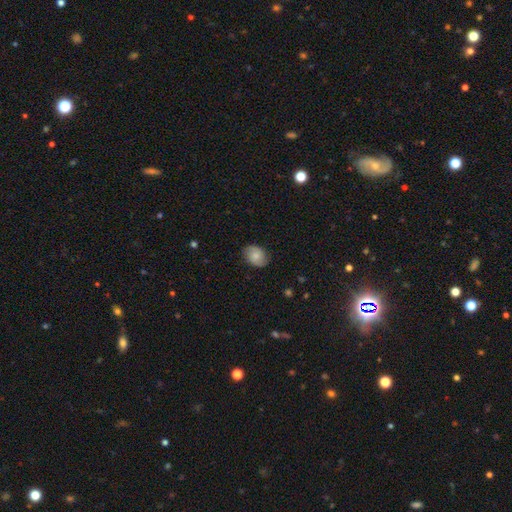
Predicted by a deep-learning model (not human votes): Smooth or featured?
  - smooth: 57% *
  - featured or disk: 34%
  - star or artifact: 8%
How rounded?
  - in between: 64% *
  - round: 35%
  - cigar-shaped: 1%
Merging?
  - none: 81% *
  - minor disturbance: 15%
  - major disturbance: 3%
  - merger: 1%